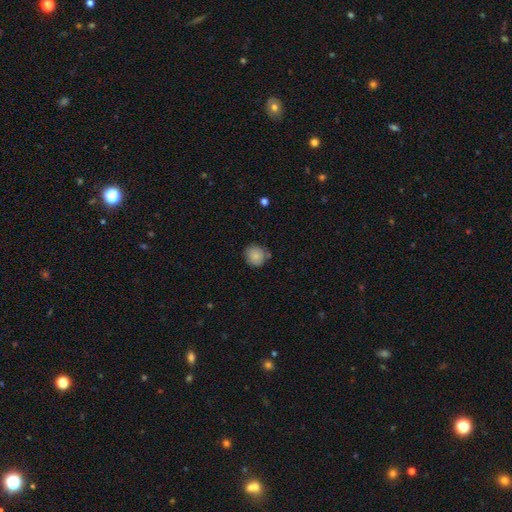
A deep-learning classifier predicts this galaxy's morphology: A smooth galaxy with no disk features (83%) that is round (88%).

Vote fractions:
- Smooth or featured? smooth: 83% / star or artifact: 8% / featured or disk: 8%
- How rounded? round: 88% / in between: 11% / cigar-shaped: 1%
- Merging? none: 77% / minor disturbance: 16% / merger: 5% / major disturbance: 3%